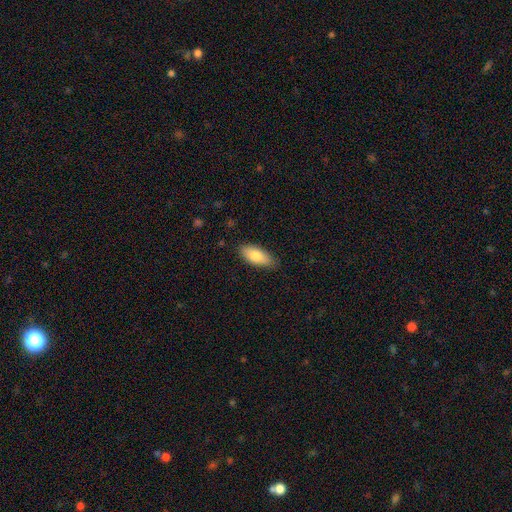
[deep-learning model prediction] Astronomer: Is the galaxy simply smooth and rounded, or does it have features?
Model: smooth — 79%.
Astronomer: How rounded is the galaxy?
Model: in between — 84%.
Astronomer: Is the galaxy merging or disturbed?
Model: none — 84%.